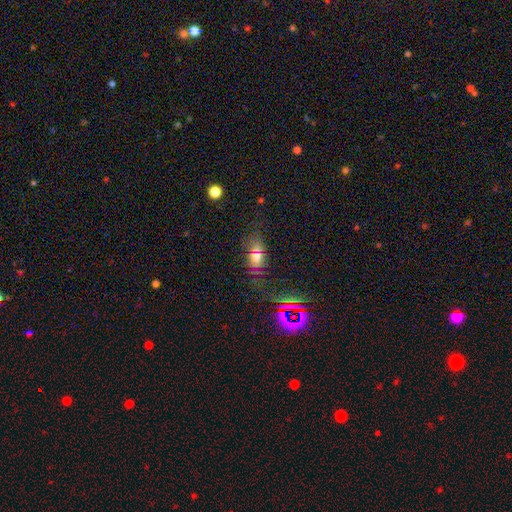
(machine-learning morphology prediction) smooth_or_featured: smooth (p=0.58) [alt: star or artifact p=0.29]
how_rounded: in between (p=0.78) [alt: round p=0.17]
merging: none (p=0.69) [alt: minor disturbance p=0.17]